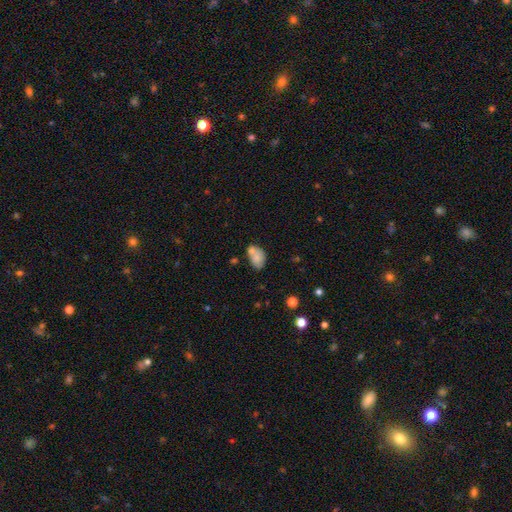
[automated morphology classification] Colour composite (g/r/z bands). It shows a smooth galaxy with no disk features (73%) that is in between round and cigar-shaped (82%). Merging: merger (39%).